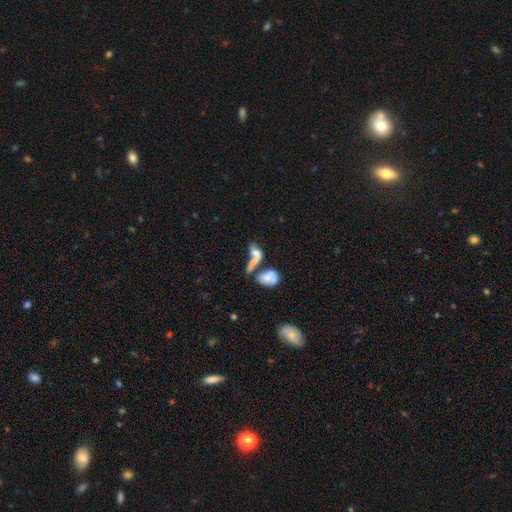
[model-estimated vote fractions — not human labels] Q: Smooth or featured?
A: smooth (56%); runner-up: featured or disk (32%)
Q: How rounded?
A: in between (70%); runner-up: cigar-shaped (21%)
Q: Merging?
A: merger (59%); runner-up: none (19%)